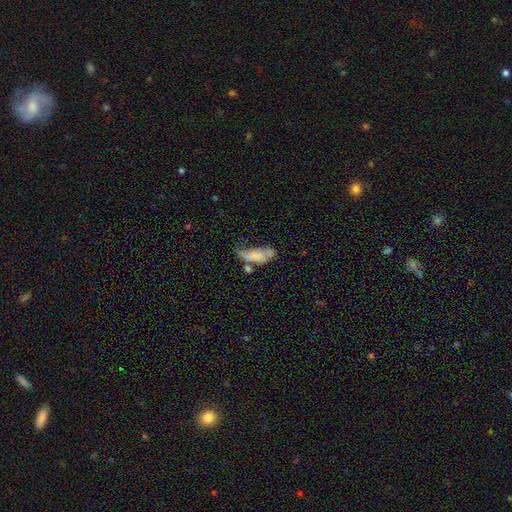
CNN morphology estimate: Overall: smooth (64%; featured or disk 27%). How rounded: in between (80%). Merging: minor disturbance (26%, tied with none).